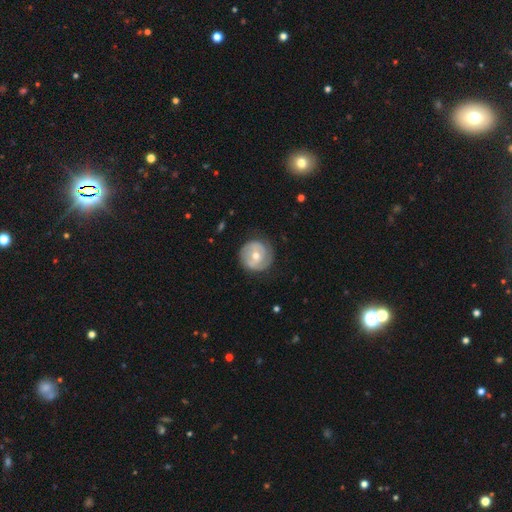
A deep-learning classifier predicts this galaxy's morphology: The model was most divided on "bar": no: 47%, weak: 38%, strong: 15%. More confident: edge-on disk — no (97%); merging — none (80%); spiral arms — yes (68%); bulge size — moderate (65%); smooth or featured — featured or disk (63%).